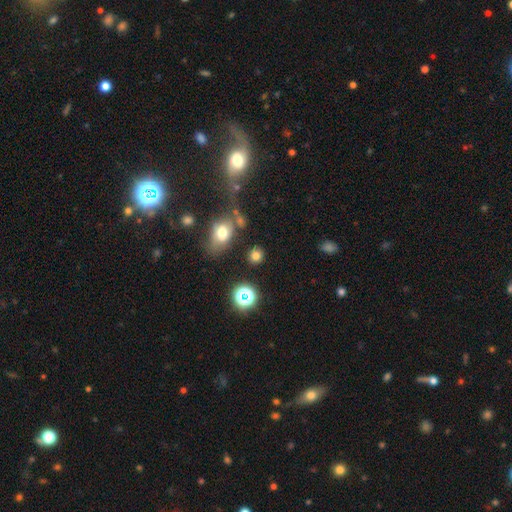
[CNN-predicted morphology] This appears to be a smooth galaxy with no disk features (75%) that is round (81%). Merging: none (82%).